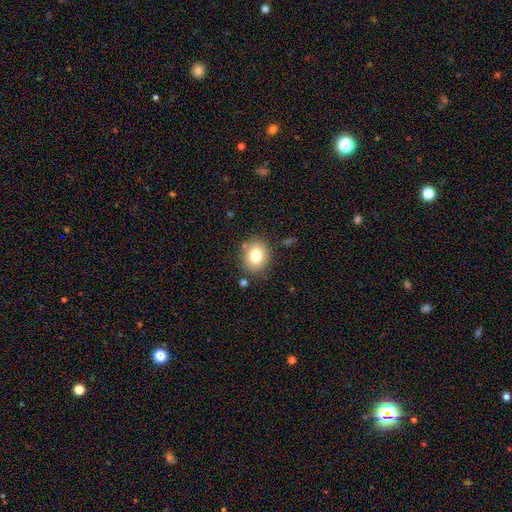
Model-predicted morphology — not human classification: Overall: smooth (80%). How rounded: round (67%; in between 32%). Merging: none (82%).